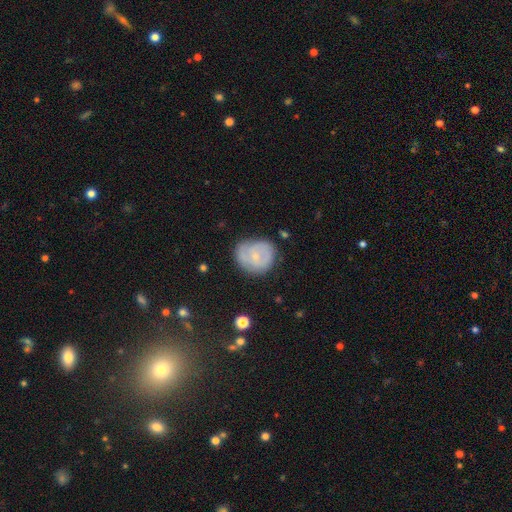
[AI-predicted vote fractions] smooth-or-featured: smooth: 49% | featured or disk: 44% | star or artifact: 8%
  merging: none: 60% | minor disturbance: 29% | major disturbance: 9% | merger: 2%